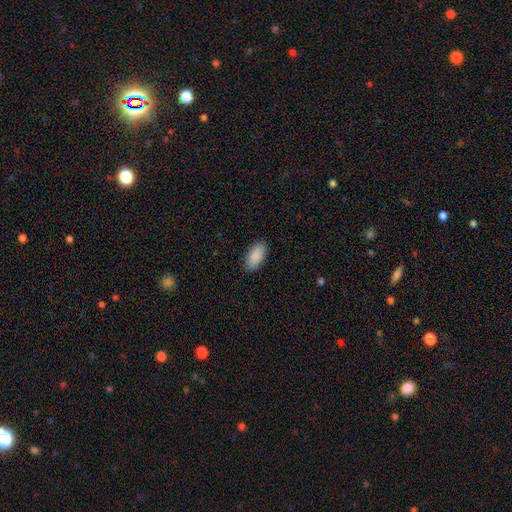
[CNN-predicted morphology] The model was most divided on "merging": none: 87%, minor disturbance: 10%, major disturbance: 2%, merger: 1%. More confident: how rounded — in between (93%); smooth or featured — smooth (90%).